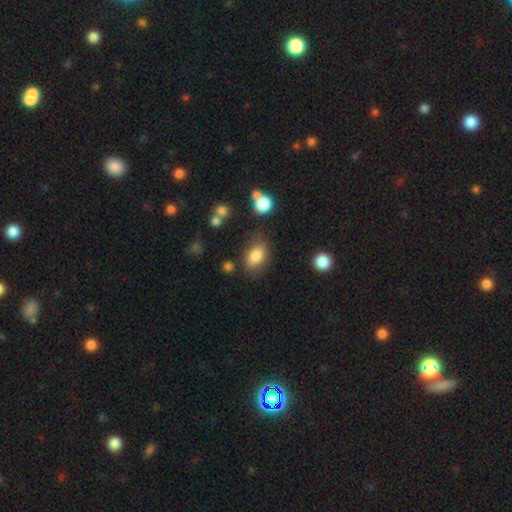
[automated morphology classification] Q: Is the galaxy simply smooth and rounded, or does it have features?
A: smooth — 81%.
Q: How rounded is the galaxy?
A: in between — 83%.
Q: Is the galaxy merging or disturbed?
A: none — 71%.